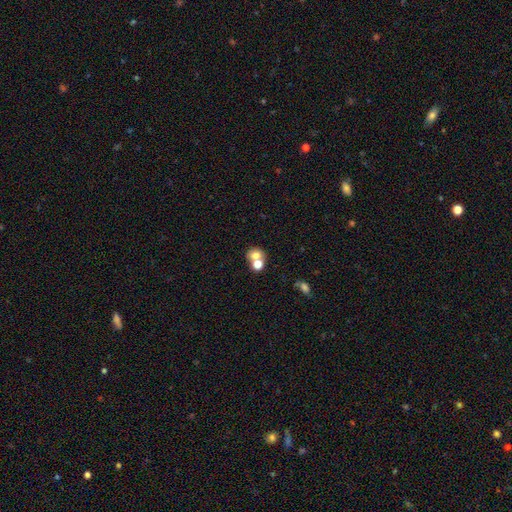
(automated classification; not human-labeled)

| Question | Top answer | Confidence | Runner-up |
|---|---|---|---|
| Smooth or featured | smooth | 69% | featured or disk (18%) |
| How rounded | round | 63% | in between (36%) |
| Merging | merger | 50% | none (38%) |